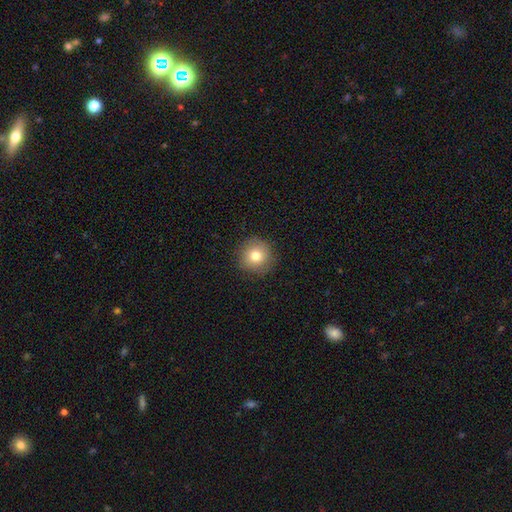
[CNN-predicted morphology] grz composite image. It shows a smooth galaxy with no disk features (79%) that is round (94%). Merging: none (89%).